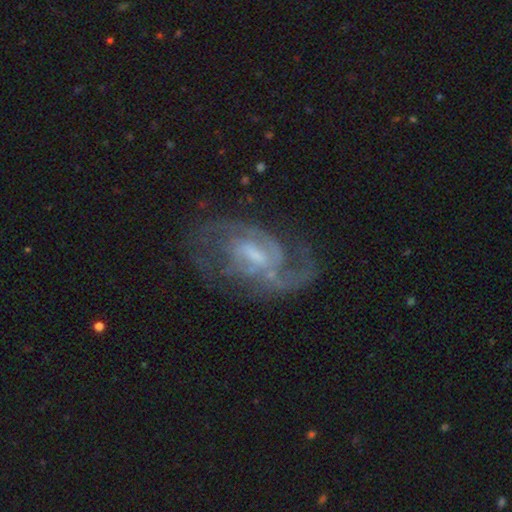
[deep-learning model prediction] featured or disk 86%, smooth 8%, star or artifact 6%. Down the decision tree: edge-on disk — no (96%); bar — weak (57%); spiral arms — yes (94%); spiral arm count — 2 (59%); spiral winding — medium (50%); bulge size — small (40%); merging — none (64%).